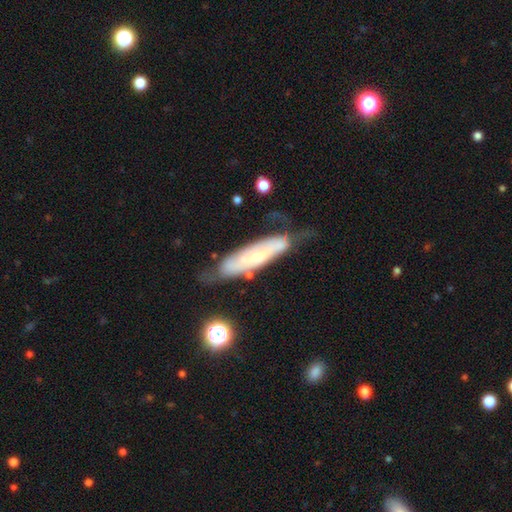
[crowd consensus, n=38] Morphology: type=featured or disk (68%); edge-on=yes (54%); edge-on bulge=none (36%, tied with rounded); merging=none (54%).